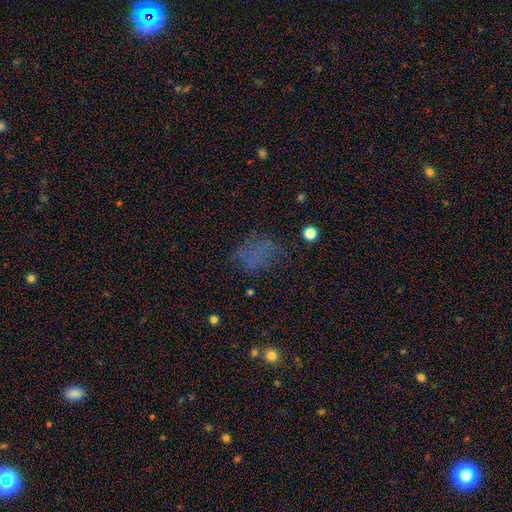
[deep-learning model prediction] Smooth or featured? smooth (52%)
How rounded? in between (71%)
Merging? none (53%)